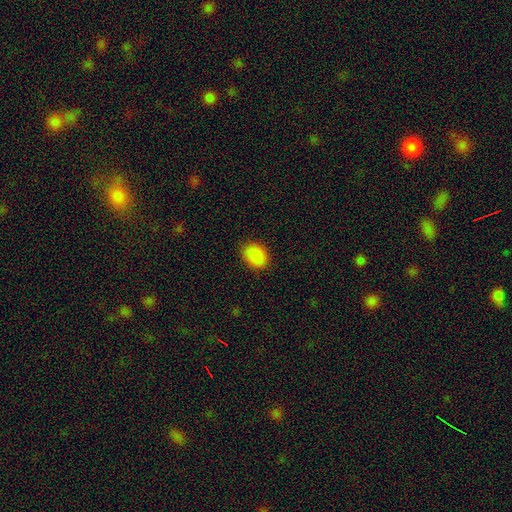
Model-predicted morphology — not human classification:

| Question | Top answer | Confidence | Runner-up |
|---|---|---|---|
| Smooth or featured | smooth | 89% | star or artifact (8%) |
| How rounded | in between | 71% | round (28%) |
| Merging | none | 86% | minor disturbance (10%) |